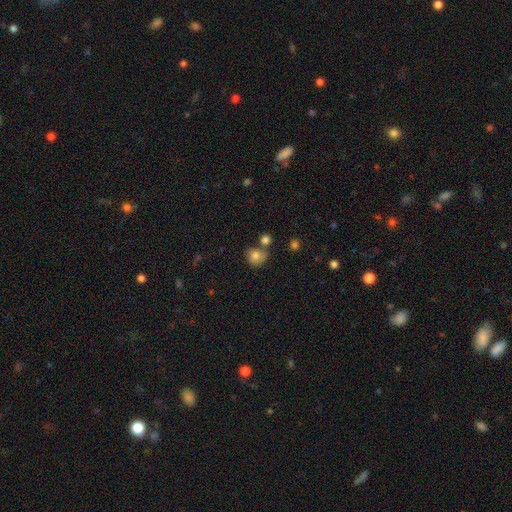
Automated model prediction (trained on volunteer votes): This is likely a smooth galaxy (80%). How rounded: likely round (80%). Merging: possibly none (50%).